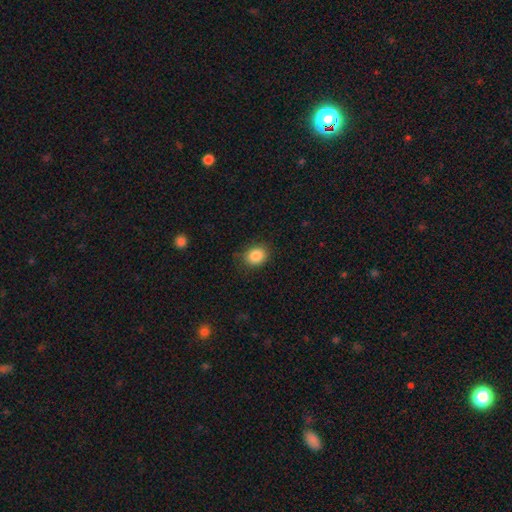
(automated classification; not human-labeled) Overall: smooth (86%). How rounded: round (53%; in between 46%). Merging: none (82%).